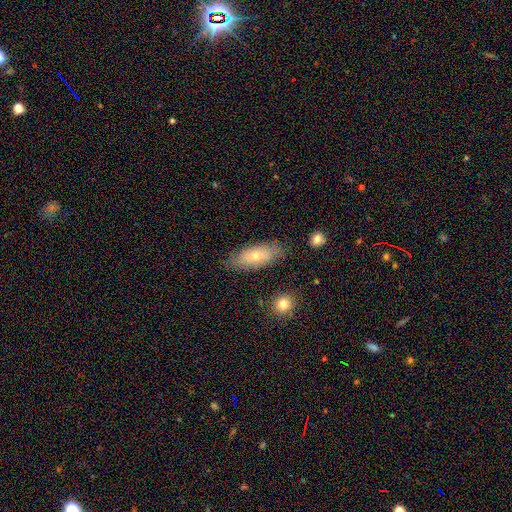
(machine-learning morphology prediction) Overall: smooth (55%; featured or disk 37%). How rounded: in between (76%). Merging: none (79%).